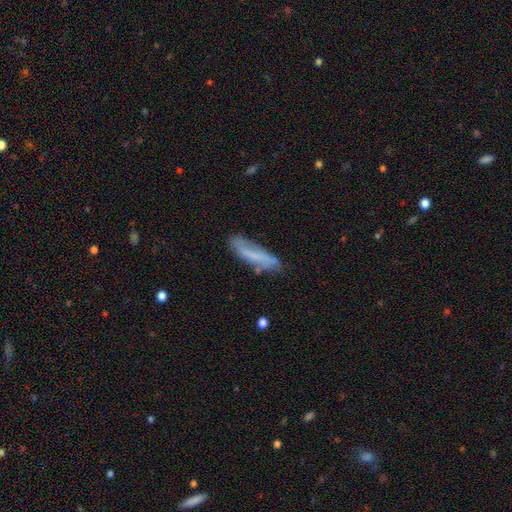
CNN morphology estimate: type=smooth (51%); roundness=cigar-shaped (69%); merging=none (63%).